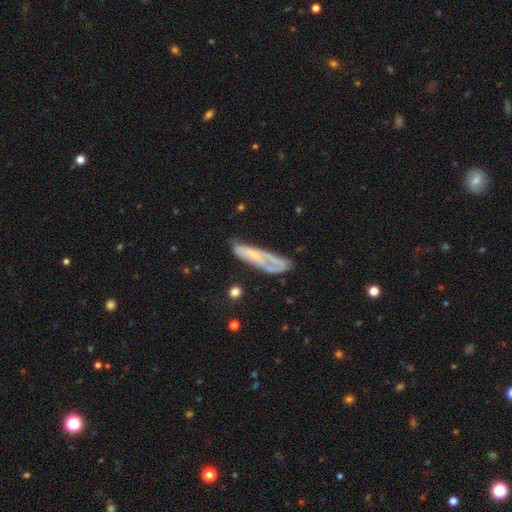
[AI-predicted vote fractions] Smooth or featured?
  - featured or disk: 49% *
  - smooth: 43%
  - star or artifact: 8%
Merging?
  - none: 41% *
  - minor disturbance: 25%
  - major disturbance: 25%
  - merger: 8%